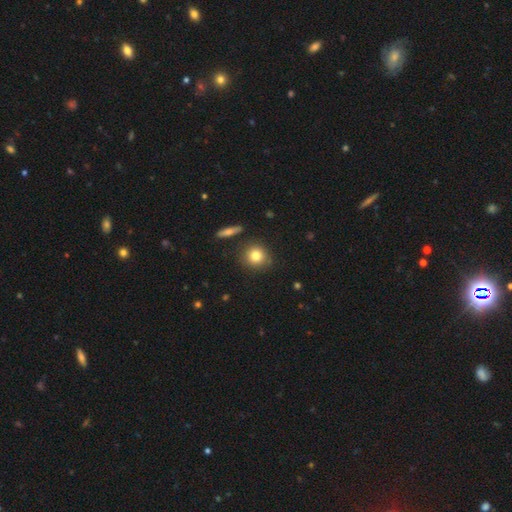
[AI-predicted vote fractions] Smooth or featured?
  - smooth: 81% *
  - star or artifact: 10%
  - featured or disk: 9%
How rounded?
  - round: 88% *
  - in between: 10%
  - cigar-shaped: 1%
Merging?
  - none: 84% *
  - minor disturbance: 10%
  - merger: 4%
  - major disturbance: 3%